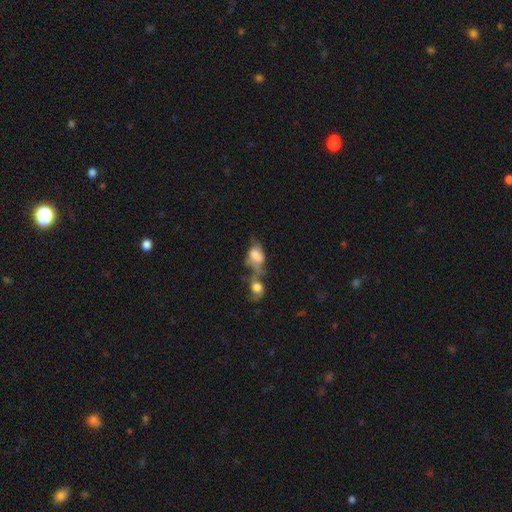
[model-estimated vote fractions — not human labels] Smooth or featured: smooth — 52% (featured or disk — 37%)
How rounded: in between — 82% (round — 14%)
Merging: merger — 63% (major disturbance — 16%)